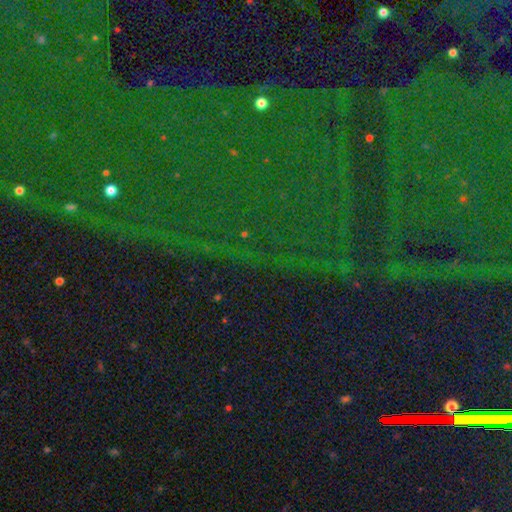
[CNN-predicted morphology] Overall: star or artifact (87%).